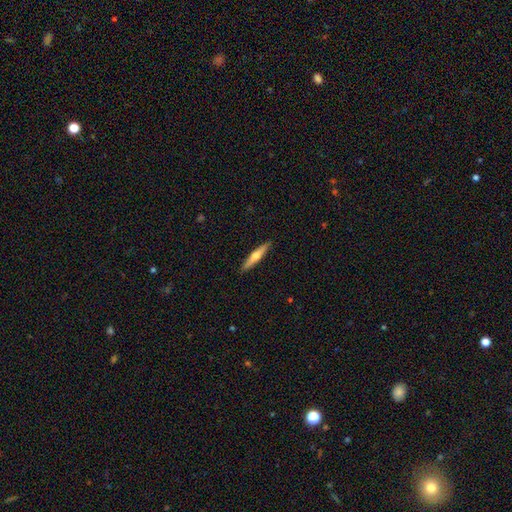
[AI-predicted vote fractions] This appears to be a featured or disk galaxy (50%). Merging: none (91%).